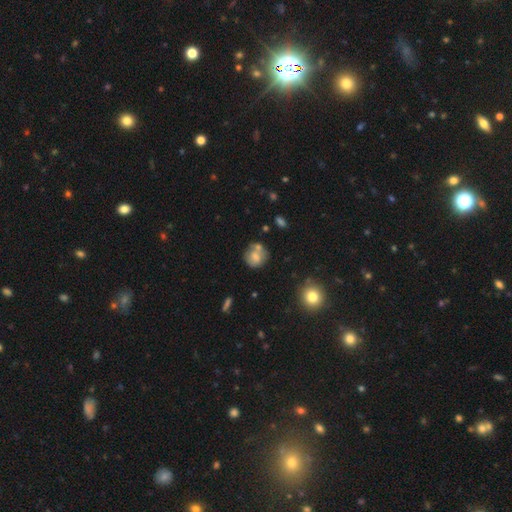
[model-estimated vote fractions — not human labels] smooth 65%, featured or disk 25%, star or artifact 10%. Down the decision tree: how rounded — round (80%); merging — none (54%).